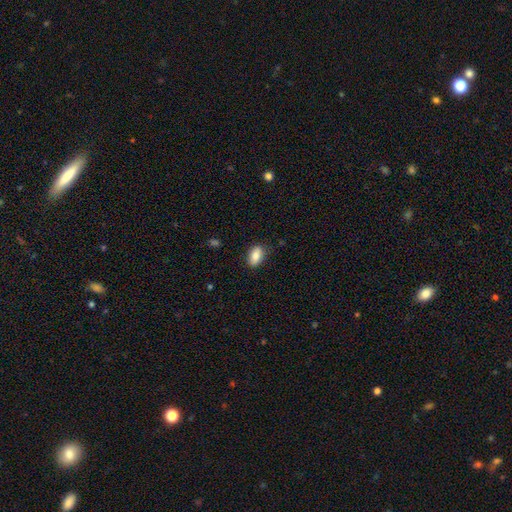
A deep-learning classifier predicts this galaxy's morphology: smooth-or-featured: smooth: 85% | featured or disk: 8% | star or artifact: 7%
  how-rounded: in between: 90% | round: 6% | cigar-shaped: 4%
  merging: none: 84% | minor disturbance: 13% | major disturbance: 3% | merger: 1%